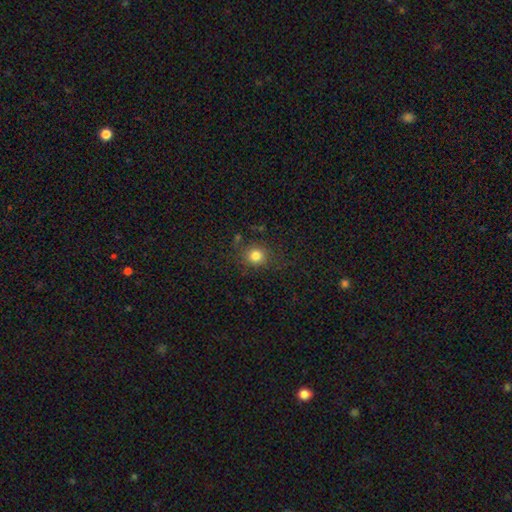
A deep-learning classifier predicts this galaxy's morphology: A smooth galaxy with no disk features (81%) that is round (85%).

Vote fractions:
- Smooth or featured? smooth: 81% / star or artifact: 13% / featured or disk: 6%
- How rounded? round: 85% / in between: 14% / cigar-shaped: 1%
- Merging? none: 82% / minor disturbance: 11% / major disturbance: 4% / merger: 2%